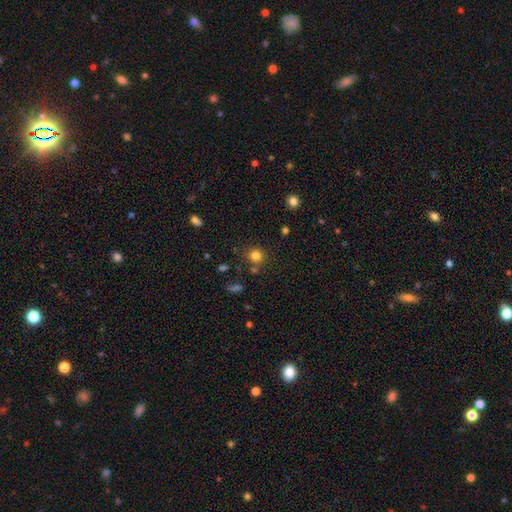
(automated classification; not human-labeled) Smooth or featured? Predicted: smooth (p=0.80). How rounded? Predicted: round (p=0.86). Merging? Predicted: none (p=0.79).